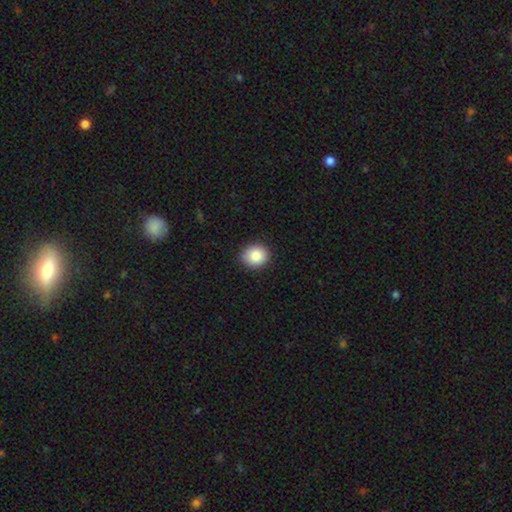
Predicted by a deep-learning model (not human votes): Smooth or featured? smooth (87%)
How rounded? round (75%)
Merging? none (89%)